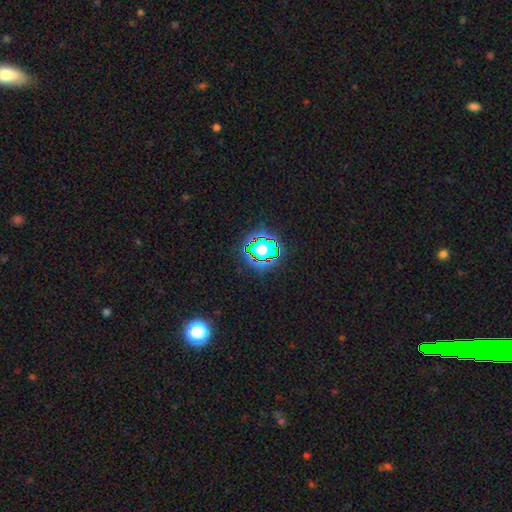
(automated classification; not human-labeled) Q: Smooth or featured?
A: star or artifact (77%); runner-up: smooth (15%)